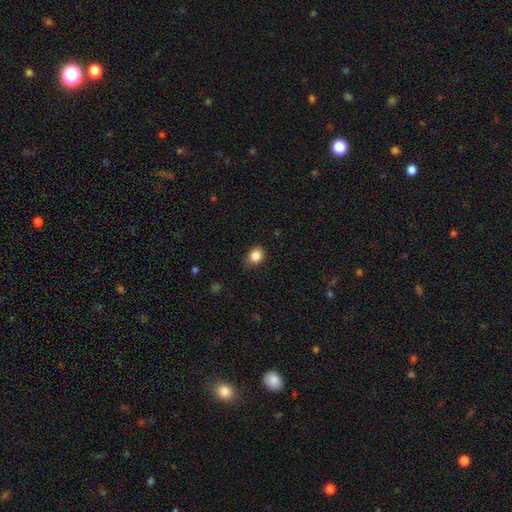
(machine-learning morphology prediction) Q: Smooth or featured?
A: smooth (86%); runner-up: star or artifact (10%)
Q: How rounded?
A: round (63%); runner-up: in between (37%)
Q: Merging?
A: none (79%); runner-up: minor disturbance (17%)